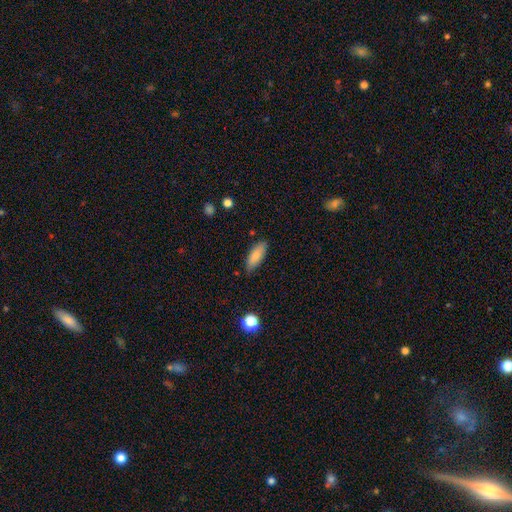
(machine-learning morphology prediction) This appears to be a smooth galaxy with no disk features (83%) that is in between round and cigar-shaped (70%). Merging: none (82%).